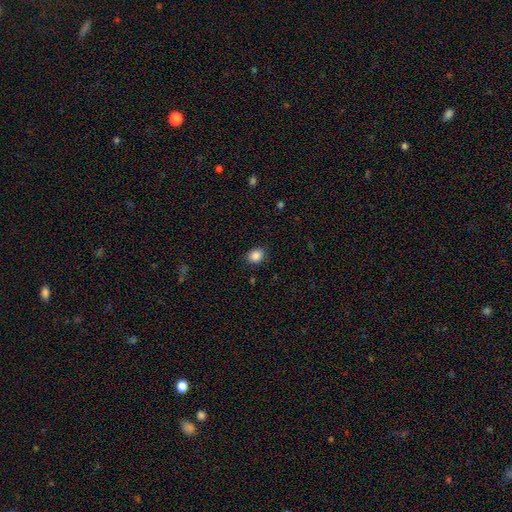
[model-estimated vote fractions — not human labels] Morphology: type=smooth (87%); roundness=round (60%); merging=none (86%).